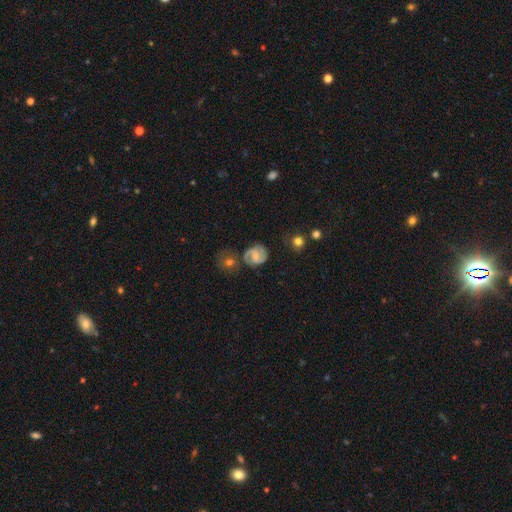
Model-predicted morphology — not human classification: Overall: featured or disk (72%). Edge-on disk: no (97%). Bar: weak (51%; no 32%). Spiral arms: yes (94%). Spiral arm count: 2 (86%). Spiral winding: medium (52%; tight 29%). Bulge size: small (40%; moderate 29%). Merging: none (67%).